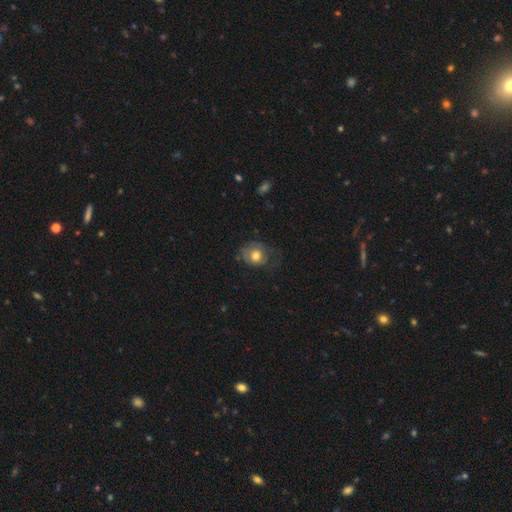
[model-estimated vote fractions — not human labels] This is possibly a smooth galaxy (59%). How rounded: likely round (61%). Merging: marginally none (45%).